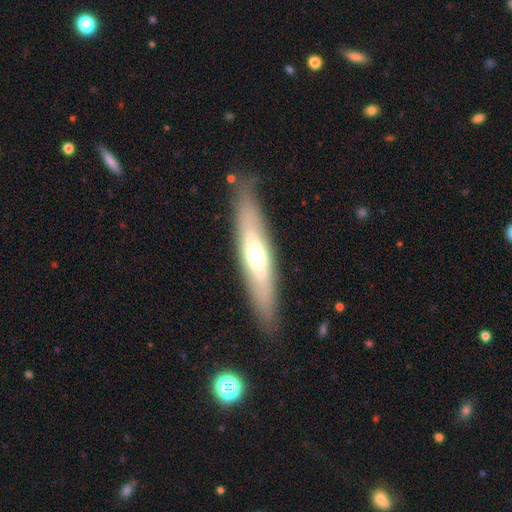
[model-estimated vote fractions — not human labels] smooth-or-featured: featured or disk: 48% | smooth: 46% | star or artifact: 6%
  merging: none: 86% | minor disturbance: 10% | major disturbance: 3% | merger: 1%